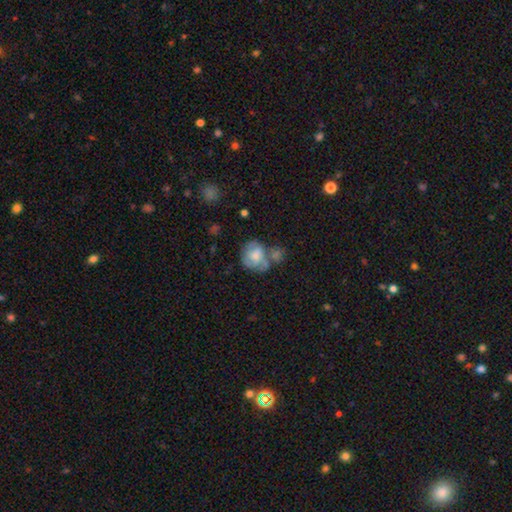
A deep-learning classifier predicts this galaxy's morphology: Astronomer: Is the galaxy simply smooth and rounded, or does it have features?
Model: smooth — 53% (runner-up: featured or disk, 39%).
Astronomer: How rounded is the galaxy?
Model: round — 62%.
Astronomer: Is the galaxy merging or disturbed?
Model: none — 34% (runner-up: merger, 32%).